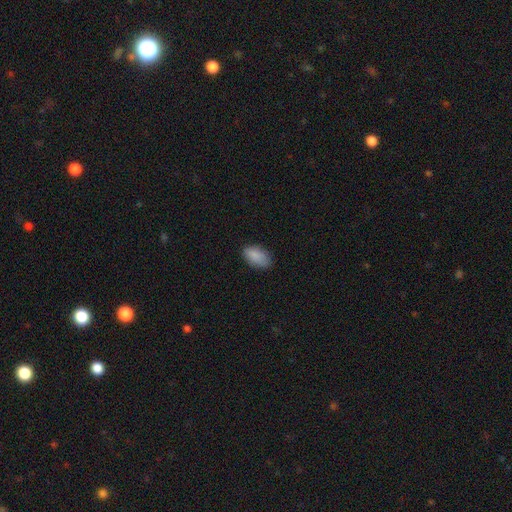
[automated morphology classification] Smooth or featured? Predicted: smooth (p=0.88). How rounded? Predicted: in between (p=0.93). Merging? Predicted: none (p=0.81).